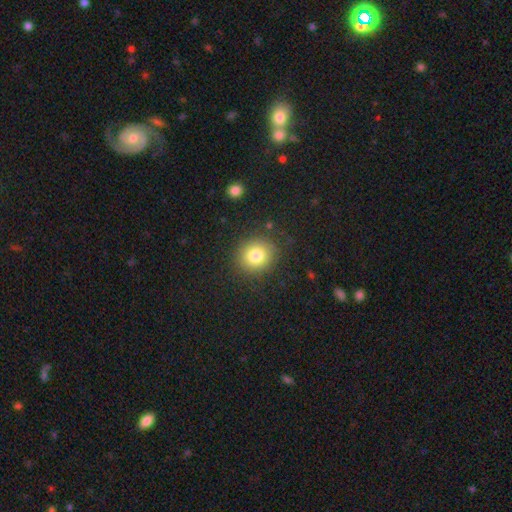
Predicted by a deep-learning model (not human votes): Overall: smooth (80%). How rounded: round (84%). Merging: none (87%).